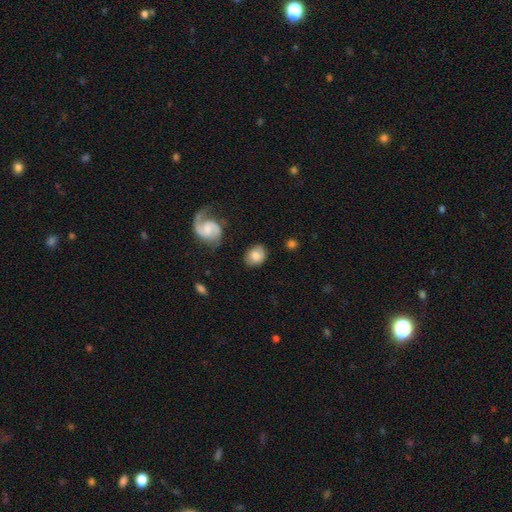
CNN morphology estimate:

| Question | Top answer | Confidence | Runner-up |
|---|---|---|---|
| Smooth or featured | smooth | 68% | featured or disk (25%) |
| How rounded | round | 51% | in between (47%) |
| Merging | none | 78% | minor disturbance (15%) |